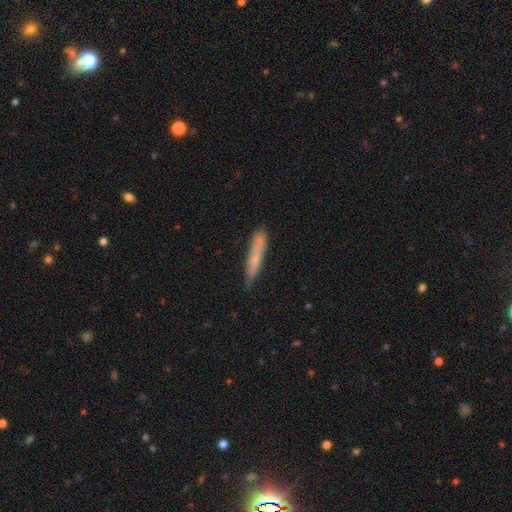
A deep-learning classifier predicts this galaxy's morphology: smooth-or-featured: smooth: 69% | featured or disk: 24% | star or artifact: 7%
  how-rounded: cigar-shaped: 94% | in between: 4% | round: 1%
  merging: none: 79% | minor disturbance: 16% | major disturbance: 3% | merger: 2%